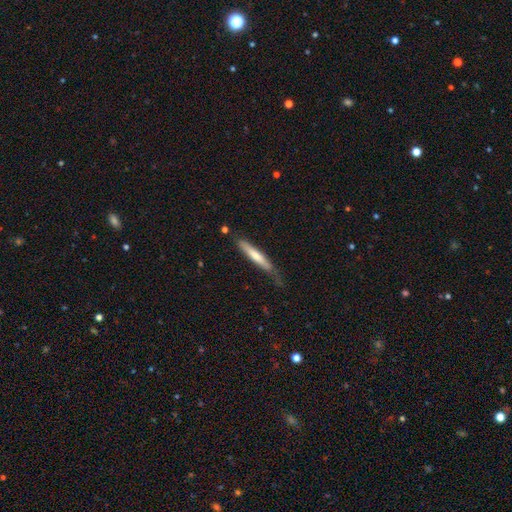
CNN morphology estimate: Q: Smooth or featured?
A: smooth (62%); runner-up: featured or disk (33%)
Q: How rounded?
A: cigar-shaped (92%); runner-up: in between (7%)
Q: Merging?
A: none (62%); runner-up: minor disturbance (28%)